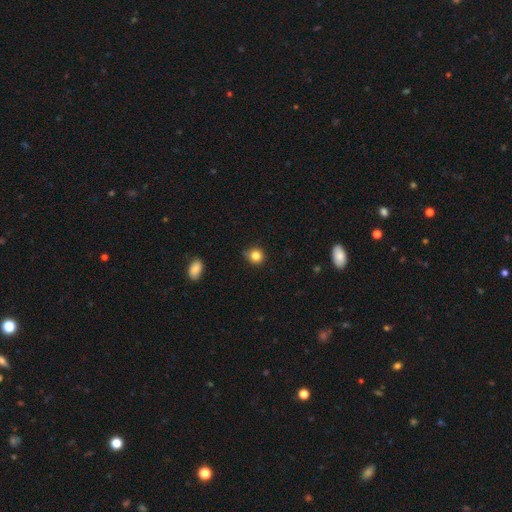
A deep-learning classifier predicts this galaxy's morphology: This is clearly a smooth galaxy (84%). How rounded: clearly round (89%). Merging: likely none (77%).